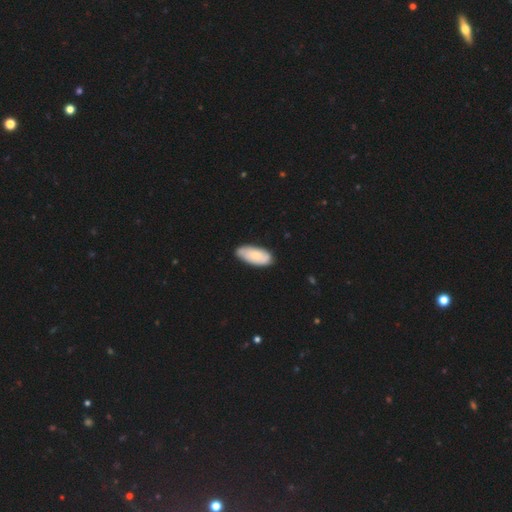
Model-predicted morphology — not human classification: Smooth or featured? smooth (71%)
How rounded? in between (89%)
Merging? none (77%)